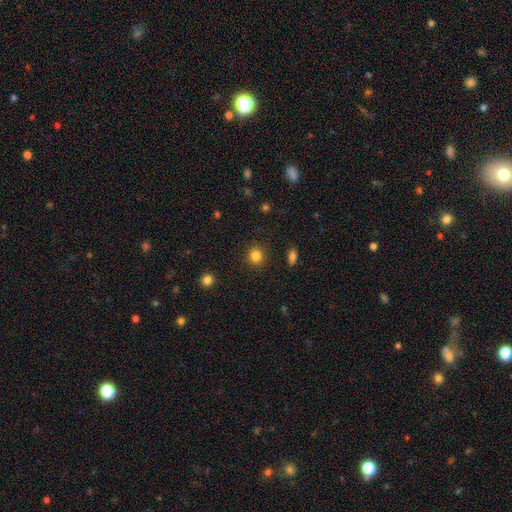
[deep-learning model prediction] Smooth or featured: smooth — 84% (star or artifact — 12%)
How rounded: round — 86% (in between — 13%)
Merging: none — 90% (minor disturbance — 7%)